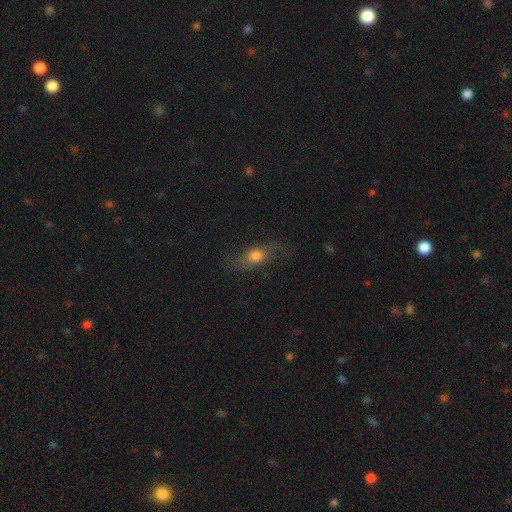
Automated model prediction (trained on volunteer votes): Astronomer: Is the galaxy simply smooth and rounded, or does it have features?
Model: smooth — 58%.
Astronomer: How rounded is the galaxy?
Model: in between — 66%.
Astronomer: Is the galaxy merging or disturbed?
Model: none — 65%.